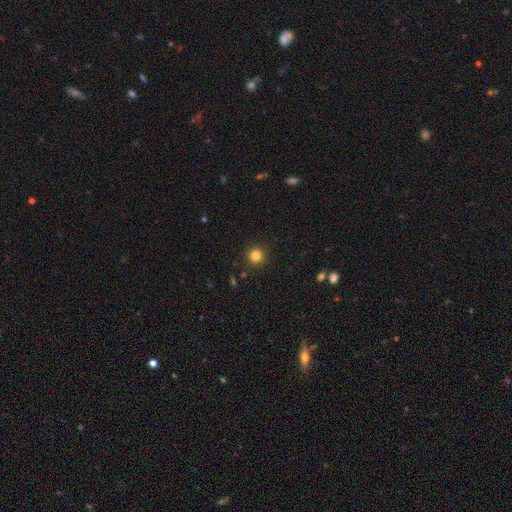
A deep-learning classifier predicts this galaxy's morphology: Smooth or featured: smooth — 82% (star or artifact — 13%)
How rounded: round — 94% (in between — 5%)
Merging: none — 91% (minor disturbance — 6%)